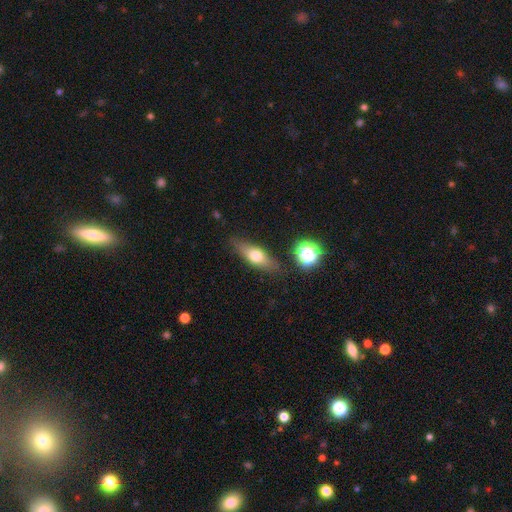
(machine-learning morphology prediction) smooth_or_featured: smooth (p=0.59) [alt: featured or disk p=0.32]
how_rounded: in between (p=0.55) [alt: cigar-shaped p=0.37]
merging: none (p=0.80) [alt: minor disturbance p=0.13]